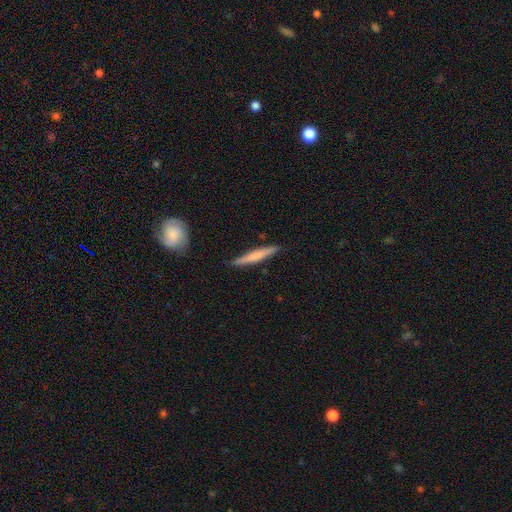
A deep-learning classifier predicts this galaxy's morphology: Smooth or featured?
  - smooth: 59% *
  - featured or disk: 36%
  - star or artifact: 5%
How rounded?
  - cigar-shaped: 95% *
  - in between: 4%
  - round: 1%
Merging?
  - none: 87% *
  - minor disturbance: 9%
  - major disturbance: 2%
  - merger: 2%